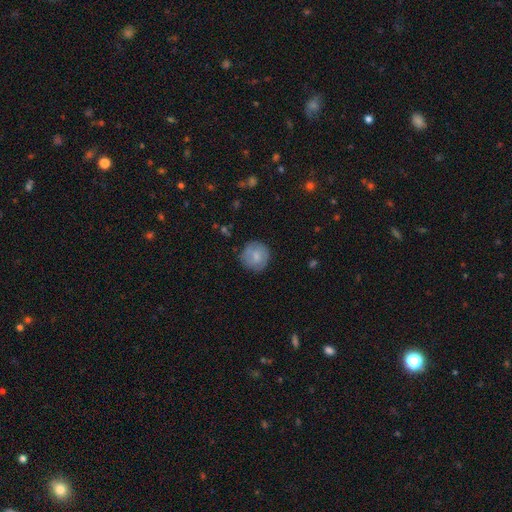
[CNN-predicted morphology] A smooth galaxy with no disk features (75%) that is round (92%). Merging: none (80%).